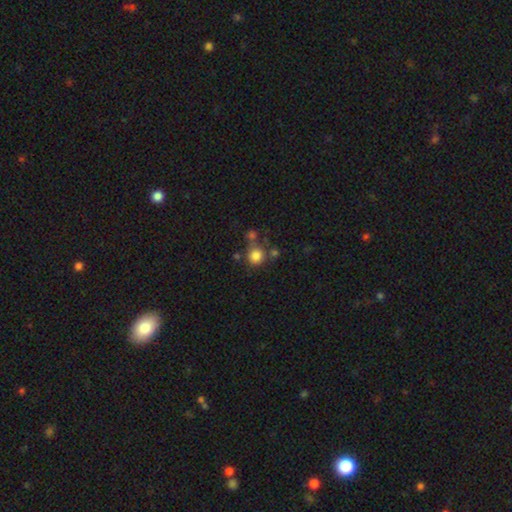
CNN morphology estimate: Smooth or featured?
  - smooth: 81% *
  - star or artifact: 12%
  - featured or disk: 7%
How rounded?
  - round: 90% *
  - in between: 9%
  - cigar-shaped: 1%
Merging?
  - none: 65% *
  - merger: 19%
  - minor disturbance: 11%
  - major disturbance: 5%